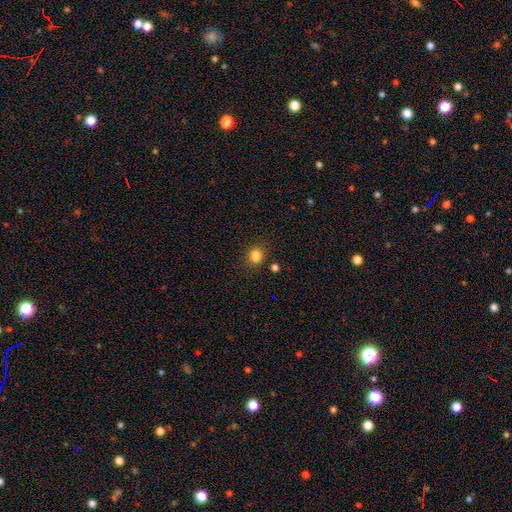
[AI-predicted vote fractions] The model was most divided on "how rounded": round: 79%, in between: 20%, cigar-shaped: 1%. More confident: smooth or featured — smooth (83%); merging — none (81%).